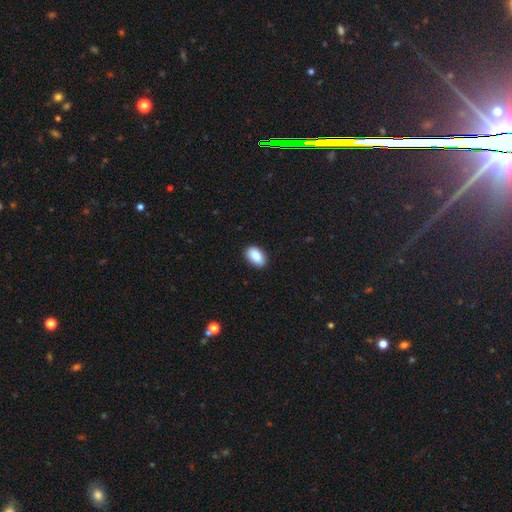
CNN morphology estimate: Smooth or featured?
  - smooth: 88% *
  - star or artifact: 7%
  - featured or disk: 5%
How rounded?
  - in between: 92% *
  - round: 7%
  - cigar-shaped: 2%
Merging?
  - none: 89% *
  - minor disturbance: 9%
  - major disturbance: 2%
  - merger: 1%